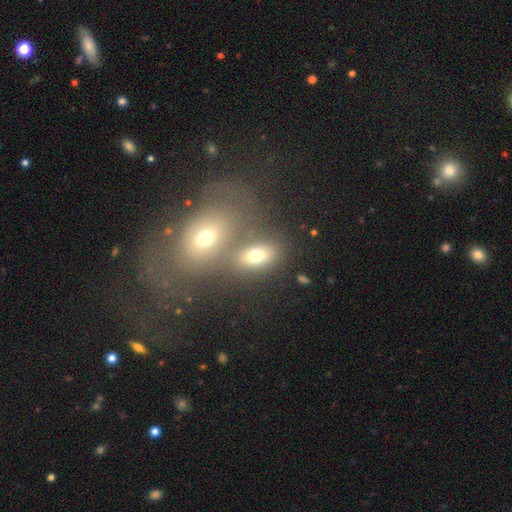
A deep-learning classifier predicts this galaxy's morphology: Smooth or featured?
  - smooth: 71% *
  - featured or disk: 15%
  - star or artifact: 14%
How rounded?
  - in between: 75% *
  - round: 22%
  - cigar-shaped: 3%
Merging?
  - none: 56% *
  - merger: 28%
  - minor disturbance: 10%
  - major disturbance: 6%